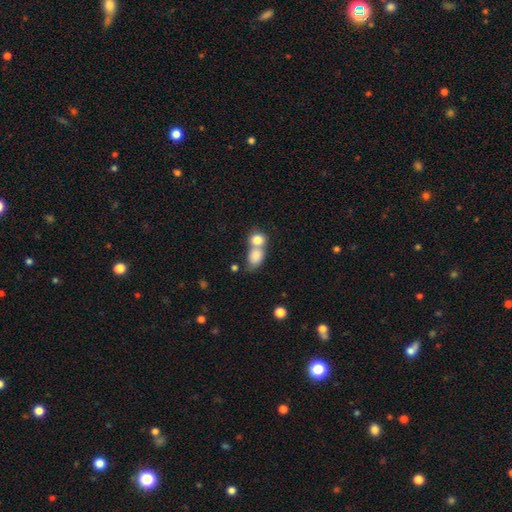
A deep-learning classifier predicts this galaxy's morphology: This is clearly a smooth galaxy (82%). How rounded: likely in between (63%). Merging: likely merger (68%).